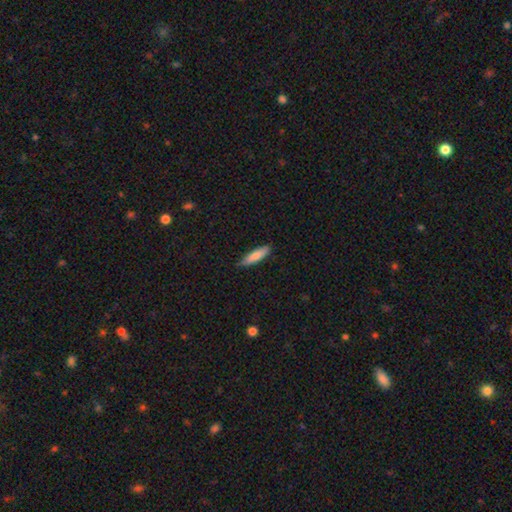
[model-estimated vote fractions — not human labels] smooth_or_featured: smooth (p=0.81) [alt: featured or disk p=0.14]
how_rounded: cigar-shaped (p=0.71) [alt: in between p=0.28]
merging: none (p=0.84) [alt: minor disturbance p=0.13]